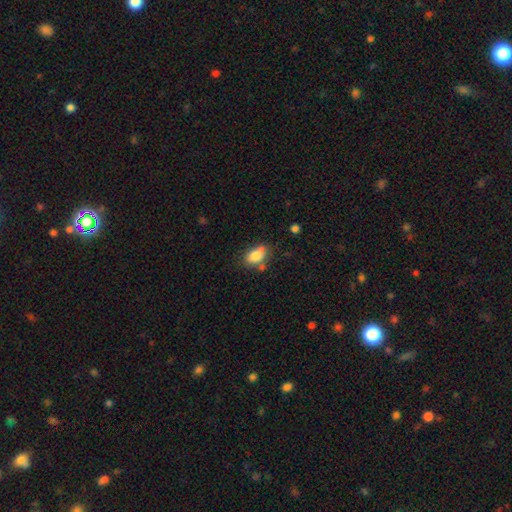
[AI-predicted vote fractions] Overall: smooth (79%). How rounded: in between (85%). Merging: none (56%; minor disturbance 25%).